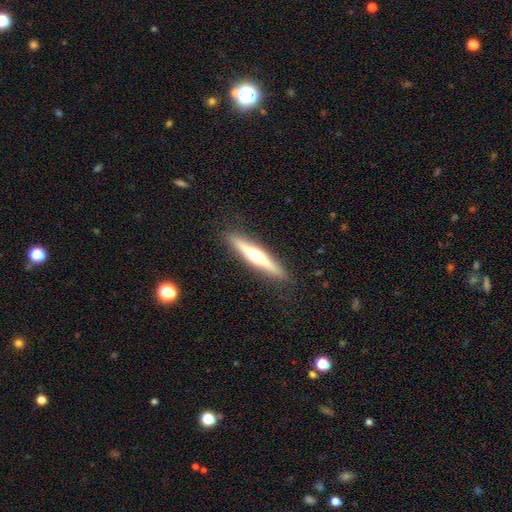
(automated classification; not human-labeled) This appears to be a featured or disk galaxy (64%) viewed edge-on (97%) with a rounded central bulge (91%). Merging: none (90%).